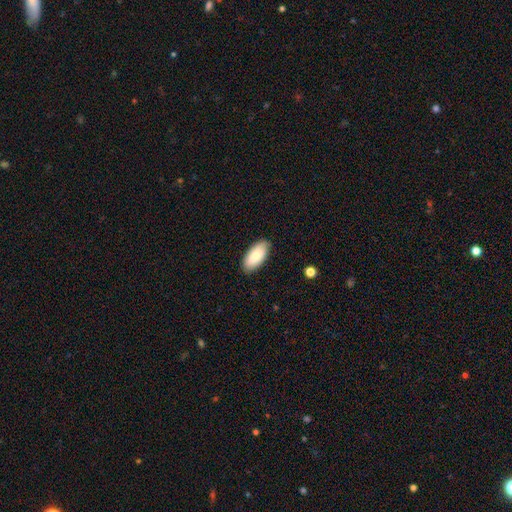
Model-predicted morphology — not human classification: smooth 82%, featured or disk 13%, star or artifact 6%. Down the decision tree: how rounded — in between (92%); merging — none (87%).